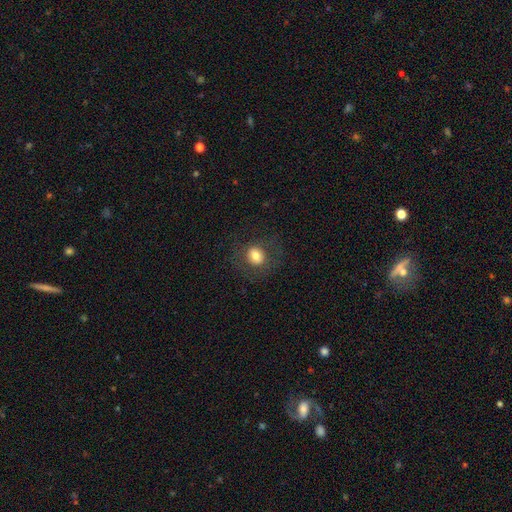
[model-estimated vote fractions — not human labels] smooth_or_featured: smooth (p=0.75) [alt: featured or disk p=0.13]
how_rounded: round (p=0.75) [alt: in between p=0.24]
merging: none (p=0.80) [alt: minor disturbance p=0.12]